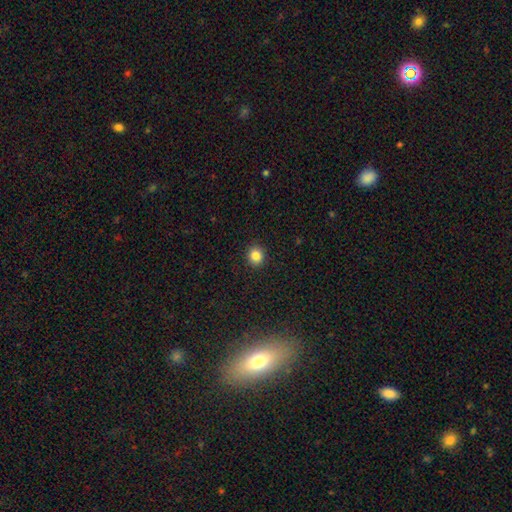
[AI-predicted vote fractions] This is clearly a smooth galaxy (85%). How rounded: clearly round (84%). Merging: clearly none (92%).